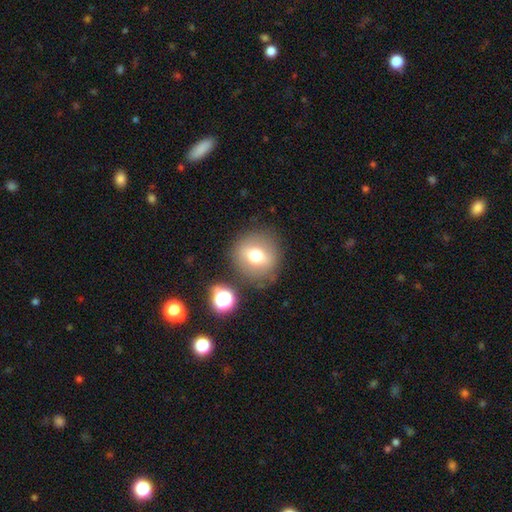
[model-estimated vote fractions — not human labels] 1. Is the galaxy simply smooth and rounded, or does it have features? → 67% smooth, 21% featured or disk, 13% star or artifact.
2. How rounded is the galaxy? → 88% round, 11% in between, 1% cigar-shaped.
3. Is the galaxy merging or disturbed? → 80% none, 11% minor disturbance, 5% major disturbance, 4% merger.